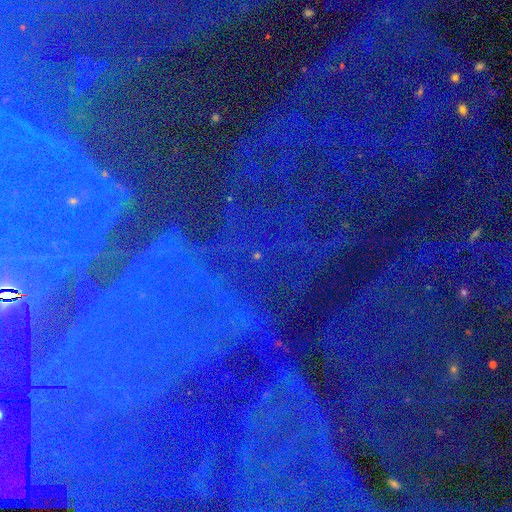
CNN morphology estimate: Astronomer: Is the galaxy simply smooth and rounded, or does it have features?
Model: star or artifact — 84%.